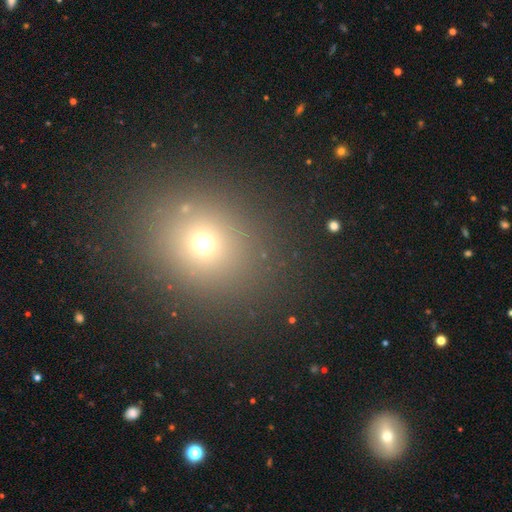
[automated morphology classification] This is likely a smooth galaxy (61%). How rounded: likely round (72%). Merging: clearly none (88%).